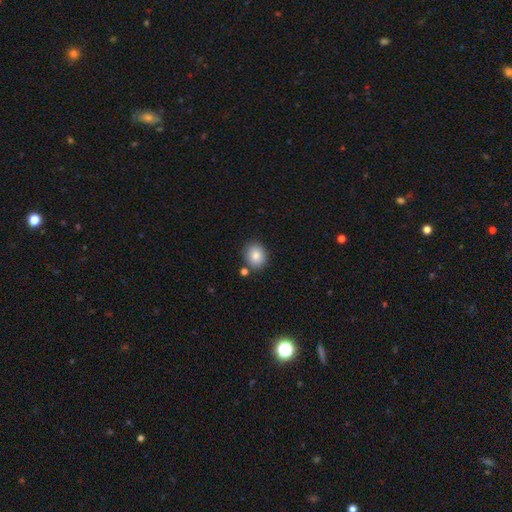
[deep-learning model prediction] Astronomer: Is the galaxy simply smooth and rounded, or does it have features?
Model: smooth — 83%.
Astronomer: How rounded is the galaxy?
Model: round — 71%.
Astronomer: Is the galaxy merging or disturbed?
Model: none — 81%.